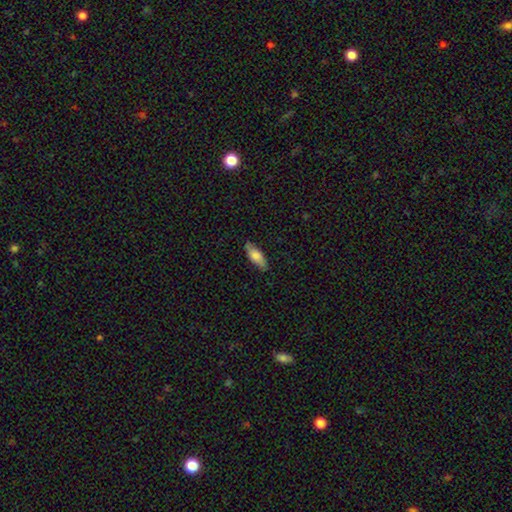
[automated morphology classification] This appears to be a smooth galaxy with no disk features (76%) that is in between round and cigar-shaped (72%). Merging: none (80%).